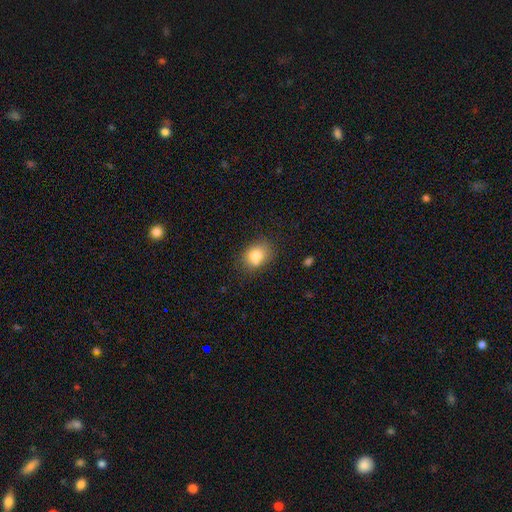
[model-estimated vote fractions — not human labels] smooth-or-featured: smooth: 79% | featured or disk: 11% | star or artifact: 10%
  how-rounded: in between: 53% | round: 46% | cigar-shaped: 1%
  merging: none: 70% | minor disturbance: 20% | merger: 6% | major disturbance: 5%